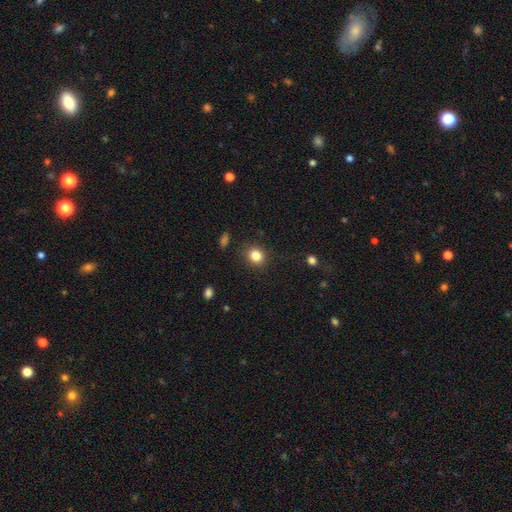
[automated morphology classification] smooth 83%, star or artifact 11%, featured or disk 5%. Down the decision tree: how rounded — round (76%); merging — none (89%).